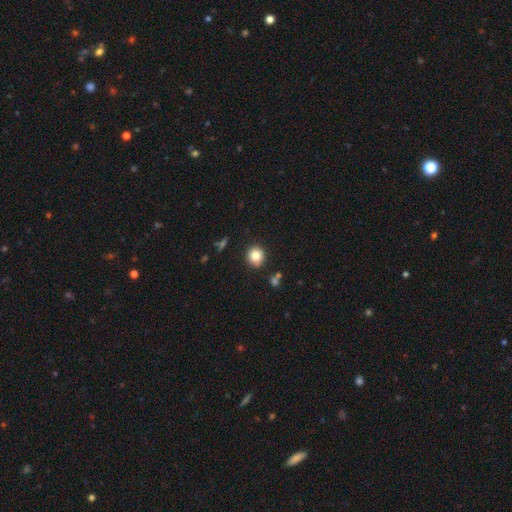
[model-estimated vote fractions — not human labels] smooth-or-featured: smooth: 82% | star or artifact: 11% | featured or disk: 7%
  how-rounded: round: 88% | in between: 11% | cigar-shaped: 1%
  merging: none: 88% | minor disturbance: 7% | merger: 3% | major disturbance: 2%